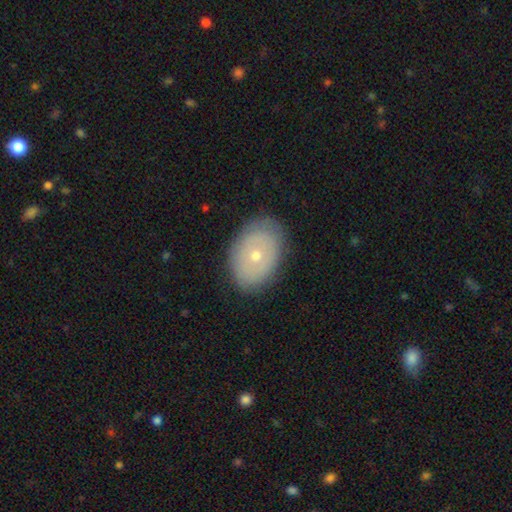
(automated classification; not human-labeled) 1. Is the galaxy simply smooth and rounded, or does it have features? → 49% smooth, 44% featured or disk, 7% star or artifact.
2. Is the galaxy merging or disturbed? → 82% none, 13% minor disturbance, 4% major disturbance, 1% merger.